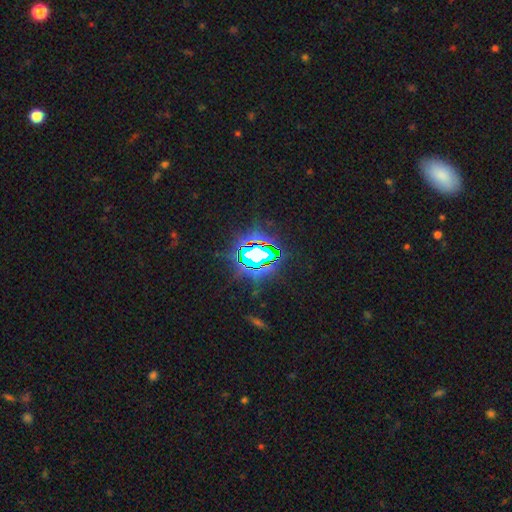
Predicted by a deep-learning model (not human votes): A star or artifact, not a galaxy (78%).